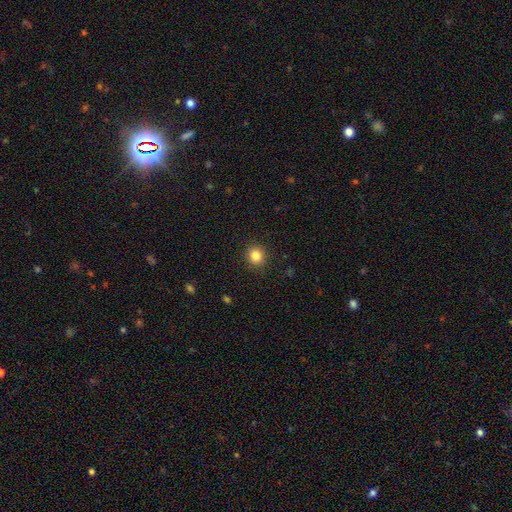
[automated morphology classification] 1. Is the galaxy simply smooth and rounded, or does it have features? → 85% smooth, 11% star or artifact, 5% featured or disk.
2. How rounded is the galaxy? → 88% round, 11% in between, 1% cigar-shaped.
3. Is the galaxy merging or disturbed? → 91% none, 6% minor disturbance, 2% major disturbance, 1% merger.